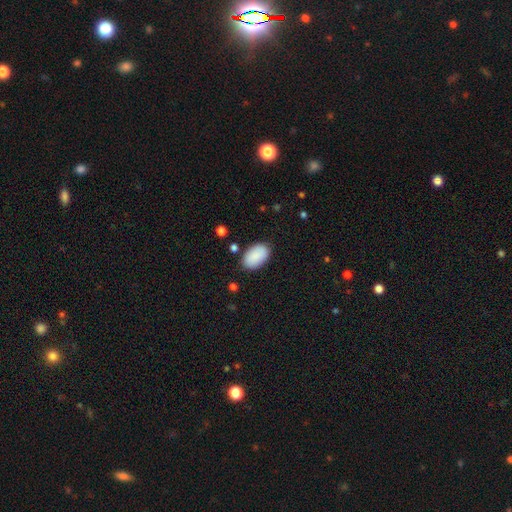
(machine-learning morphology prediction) This is clearly a smooth galaxy (90%). How rounded: clearly in between (94%). Merging: clearly none (85%).